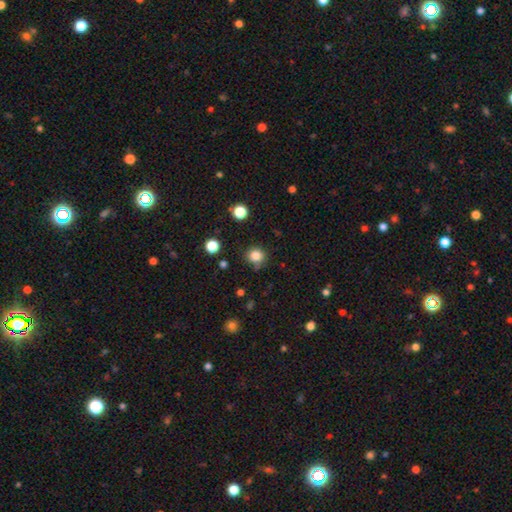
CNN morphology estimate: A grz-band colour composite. It shows a smooth galaxy with no disk features (84%) that is round (89%). Merging: none (81%).